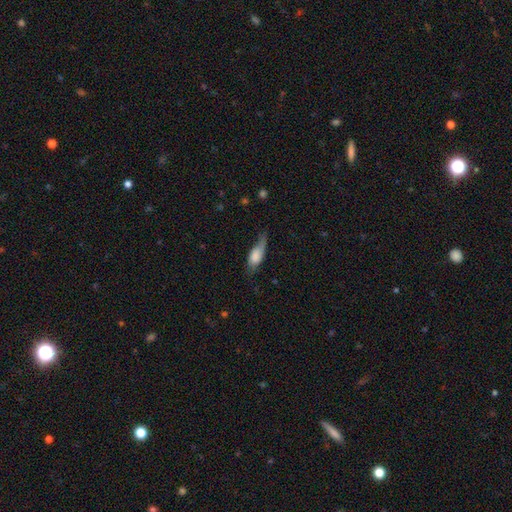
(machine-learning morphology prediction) type=smooth (64%); roundness=in between (73%); merging=none (37%, tied with minor disturbance).